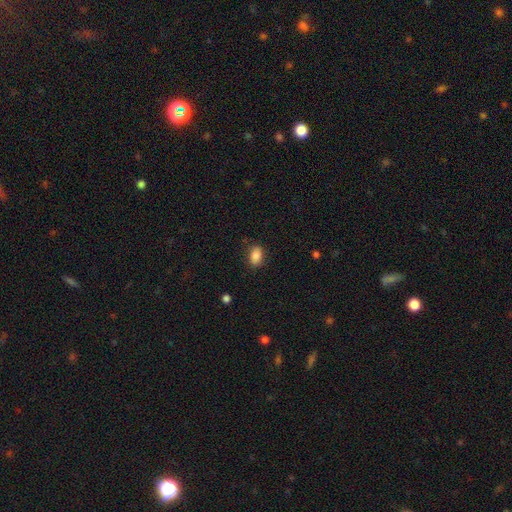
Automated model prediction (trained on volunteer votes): Smooth or featured? smooth (86%)
How rounded? in between (87%)
Merging? none (83%)